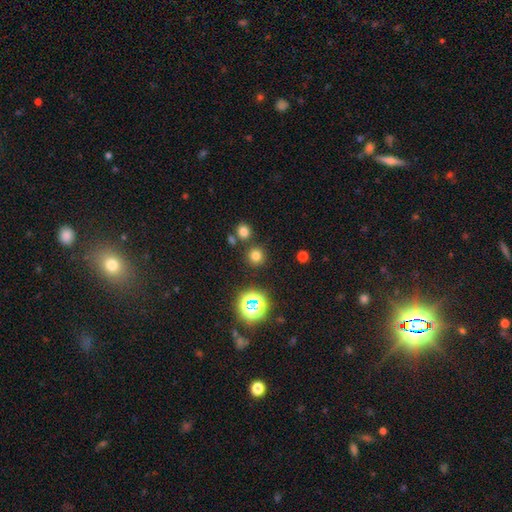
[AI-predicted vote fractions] Q: Smooth or featured?
A: smooth (72%); runner-up: star or artifact (22%)
Q: How rounded?
A: round (93%); runner-up: in between (6%)
Q: Merging?
A: none (83%); runner-up: merger (8%)